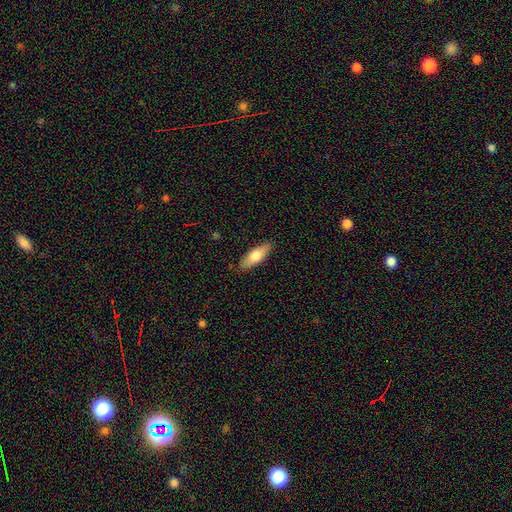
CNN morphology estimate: A smooth galaxy with no disk features (70%) that is in between round and cigar-shaped (61%).

Vote fractions:
- Smooth or featured? smooth: 70% / featured or disk: 25% / star or artifact: 6%
- How rounded? in between: 61% / cigar-shaped: 37% / round: 2%
- Merging? none: 88% / minor disturbance: 9% / major disturbance: 2% / merger: 1%